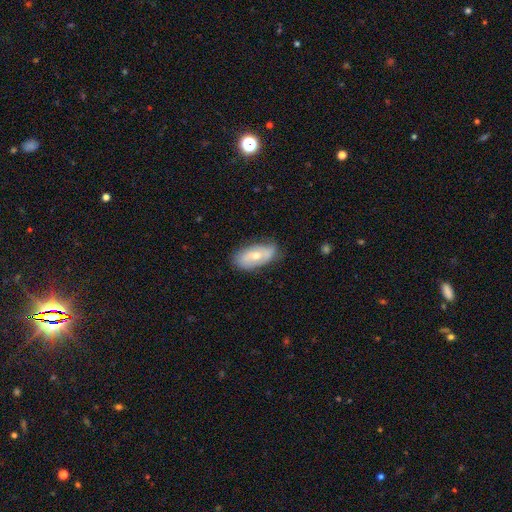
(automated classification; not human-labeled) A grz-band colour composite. It shows a smooth galaxy with no disk features (47%). Merging: none (69%).